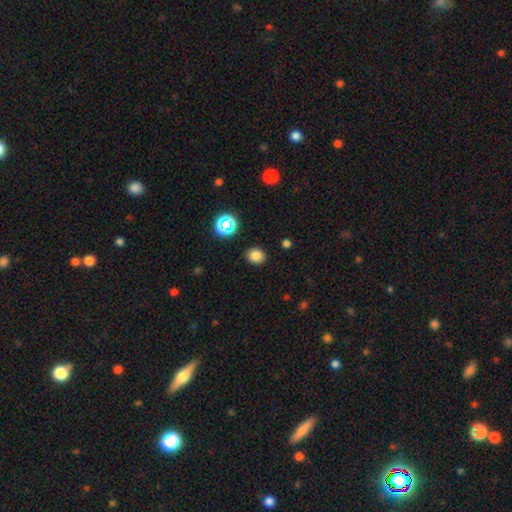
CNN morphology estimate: Smooth or featured? smooth (79%)
How rounded? round (72%)
Merging? none (89%)